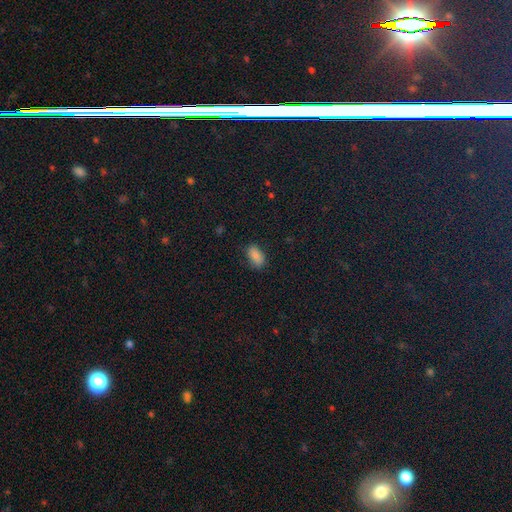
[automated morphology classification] type=smooth (85%); roundness=in between (92%); merging=none (80%).